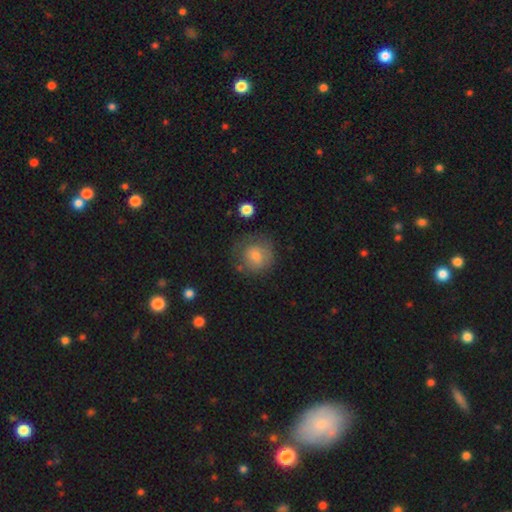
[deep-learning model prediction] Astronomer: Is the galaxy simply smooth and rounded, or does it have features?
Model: smooth — 71%.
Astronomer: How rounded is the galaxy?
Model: round — 86%.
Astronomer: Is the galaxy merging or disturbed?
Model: none — 67%.